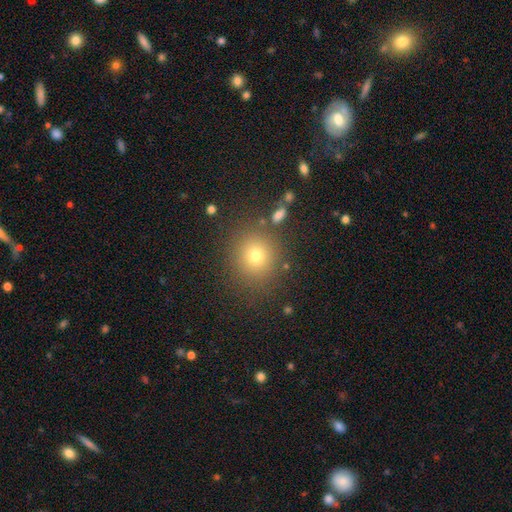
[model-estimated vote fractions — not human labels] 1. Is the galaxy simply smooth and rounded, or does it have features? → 73% smooth, 18% star or artifact, 10% featured or disk.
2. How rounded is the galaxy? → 89% round, 10% in between, 1% cigar-shaped.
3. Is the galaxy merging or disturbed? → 85% none, 8% minor disturbance, 4% major disturbance, 4% merger.